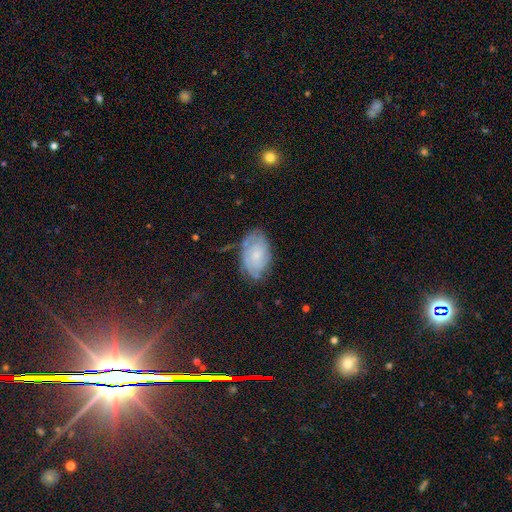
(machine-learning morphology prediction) The model was most divided on "spiral arm count": can't tell: 52%, 2: 21%, 3: 12%, 4: 6%, 1: 5%, more than 4: 4%. More confident: edge-on disk — no (96%); spiral arms — yes (86%); bar — no (75%); merging — none (68%); spiral winding — tight (67%); bulge size — small (63%); smooth or featured — featured or disk (61%).